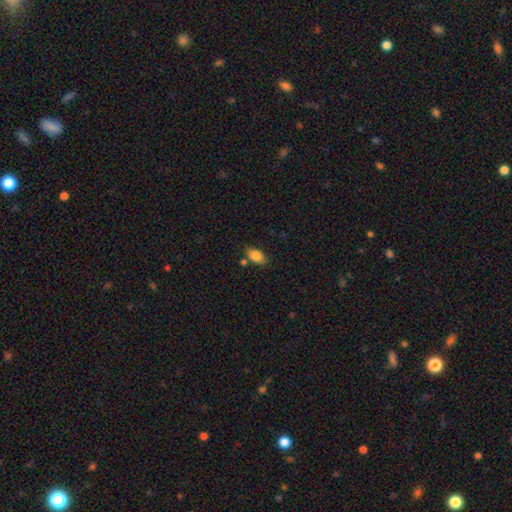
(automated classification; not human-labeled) Smooth or featured? Predicted: smooth (p=0.85). How rounded? Predicted: in between (p=0.89). Merging? Predicted: none (p=0.73).